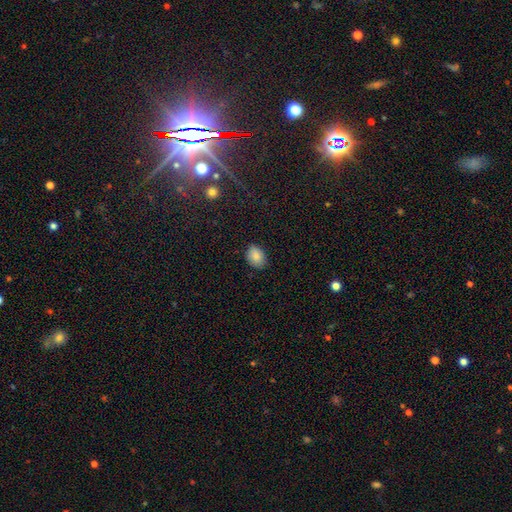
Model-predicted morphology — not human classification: smooth_or_featured: smooth (p=0.86) [alt: star or artifact p=0.08]
how_rounded: in between (p=0.73) [alt: round p=0.26]
merging: none (p=0.84) [alt: minor disturbance p=0.13]